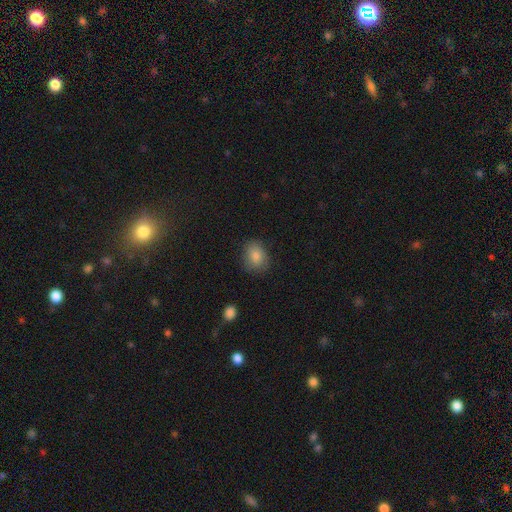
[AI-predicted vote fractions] This appears to be a smooth galaxy with no disk features (81%) that is round (50%). Merging: none (81%).